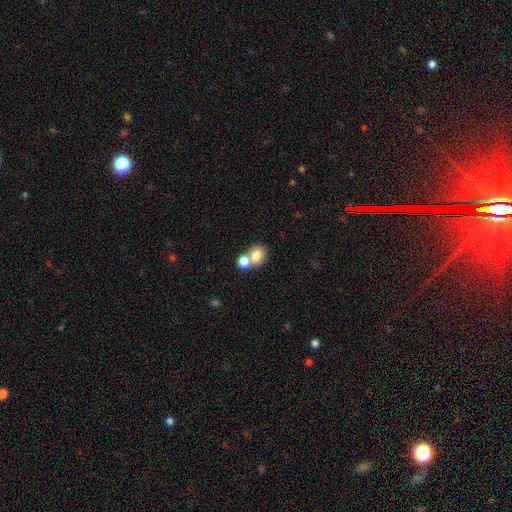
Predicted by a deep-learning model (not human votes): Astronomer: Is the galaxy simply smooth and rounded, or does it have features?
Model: smooth — 79%.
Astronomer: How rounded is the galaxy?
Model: round — 61% (runner-up: in between, 38%).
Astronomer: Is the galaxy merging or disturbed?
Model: merger — 55% (runner-up: none, 34%).